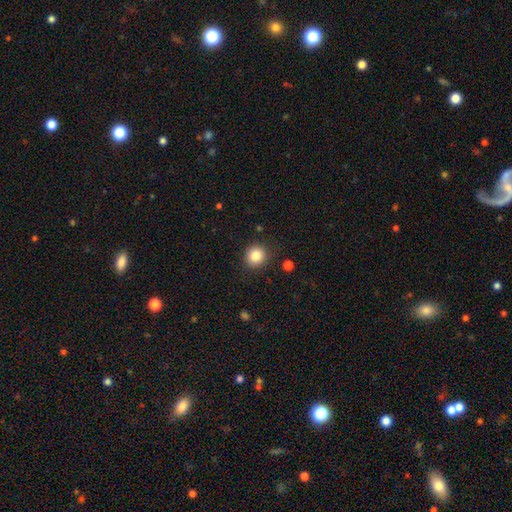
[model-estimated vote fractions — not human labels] smooth_or_featured: smooth (p=0.84) [alt: star or artifact p=0.10]
how_rounded: round (p=0.87) [alt: in between p=0.12]
merging: none (p=0.88) [alt: minor disturbance p=0.08]